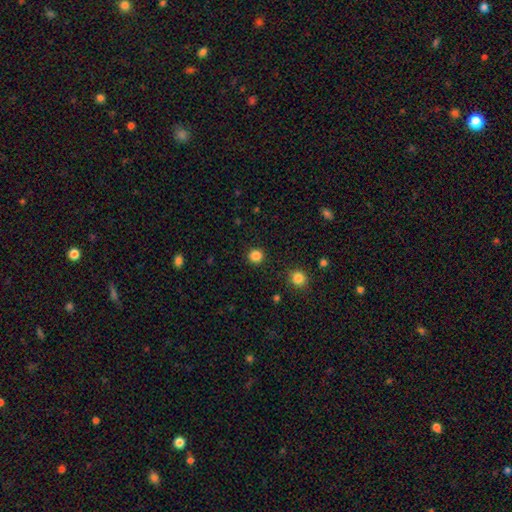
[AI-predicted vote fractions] A smooth galaxy with no disk features (85%) that is round (94%). Merging: none (92%).